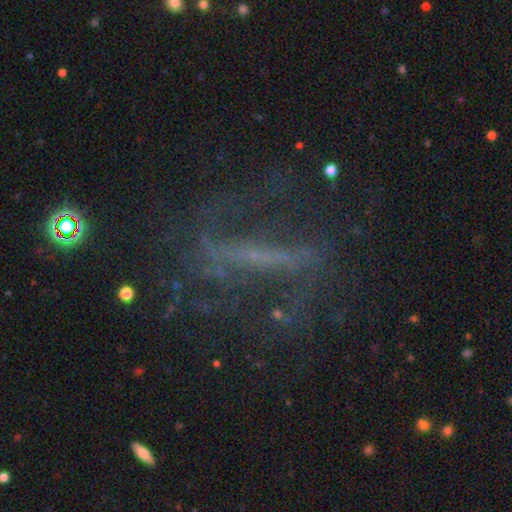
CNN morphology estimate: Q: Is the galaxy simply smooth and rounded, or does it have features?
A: featured or disk — 69%.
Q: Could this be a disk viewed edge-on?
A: no — 66%.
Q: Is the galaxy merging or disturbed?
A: none — 62%.